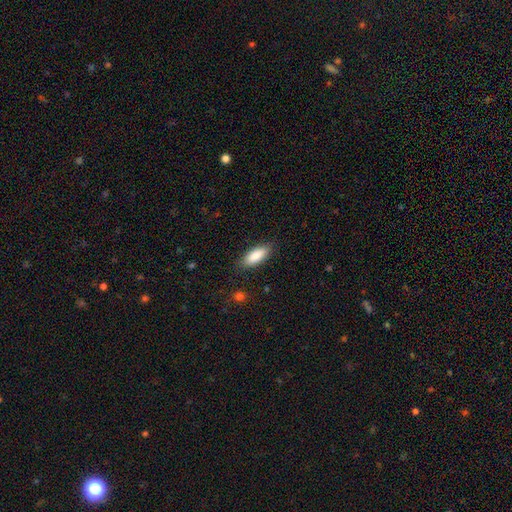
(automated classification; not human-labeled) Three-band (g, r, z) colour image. It shows a smooth galaxy with no disk features (87%) that is in between round and cigar-shaped (77%). Merging: none (85%).